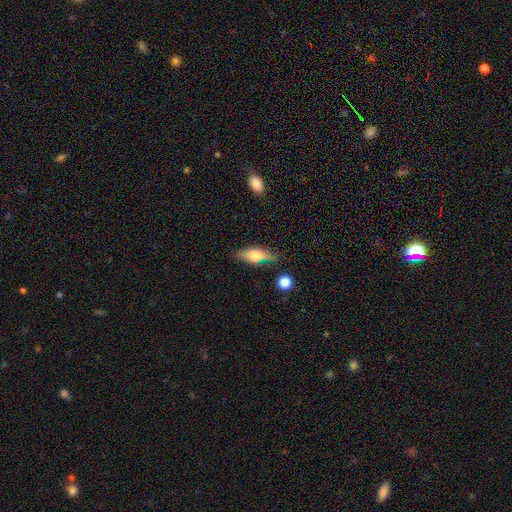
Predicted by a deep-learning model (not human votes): Smooth or featured? smooth (56%)
How rounded? in between (57%)
Merging? none (76%)